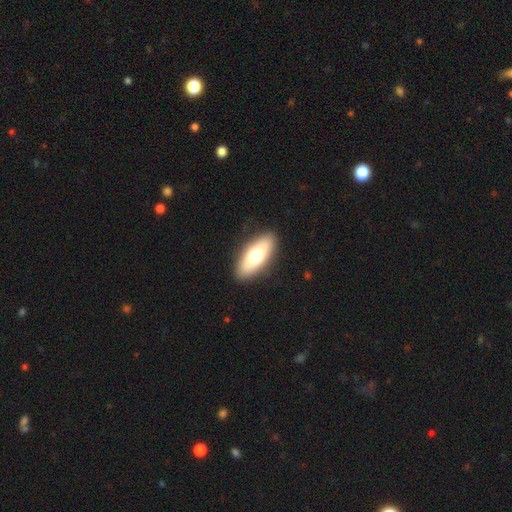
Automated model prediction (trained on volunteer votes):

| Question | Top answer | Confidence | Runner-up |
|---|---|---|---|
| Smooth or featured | smooth | 67% | featured or disk (27%) |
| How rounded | in between | 76% | cigar-shaped (21%) |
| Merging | none | 89% | minor disturbance (8%) |